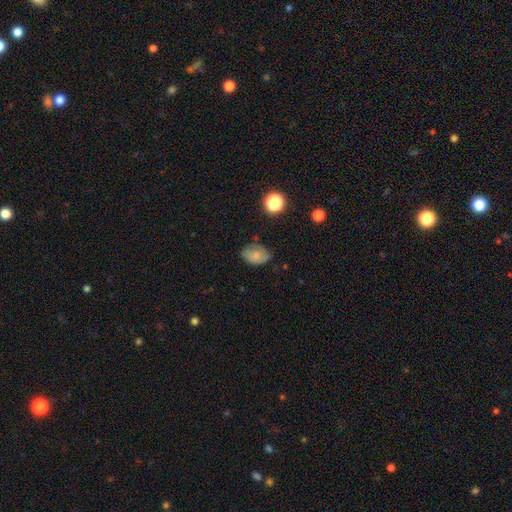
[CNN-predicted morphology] Smooth or featured: smooth — 74% (featured or disk — 16%)
How rounded: in between — 77% (round — 22%)
Merging: none — 63% (minor disturbance — 28%)